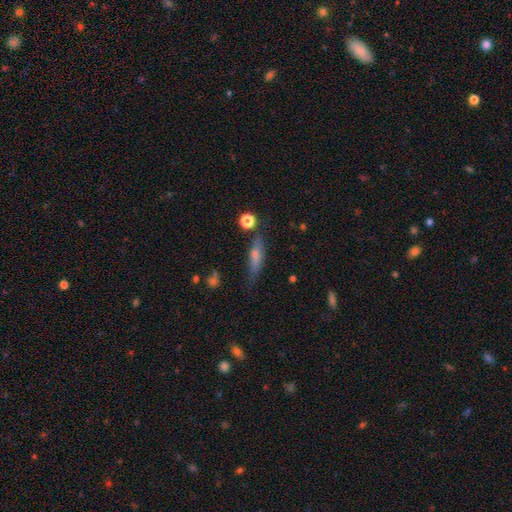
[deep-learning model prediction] Overall: smooth (61%; featured or disk 29%). How rounded: cigar-shaped (67%; in between 29%). Merging: none (68%).